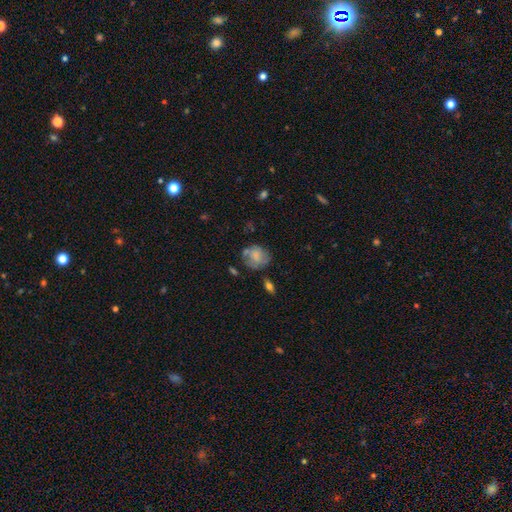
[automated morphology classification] A smooth galaxy with no disk features (62%) that is round (69%). Merging: none (53%).